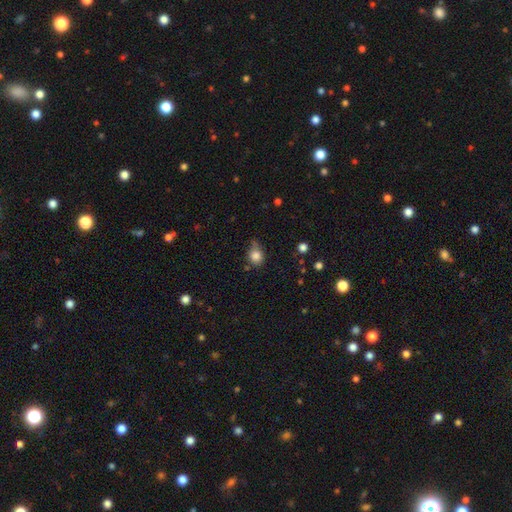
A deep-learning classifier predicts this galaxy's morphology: The model was most divided on "merging": none: 55%, minor disturbance: 32%, major disturbance: 7%, merger: 6%. More confident: smooth or featured — smooth (83%); how rounded — round (70%).